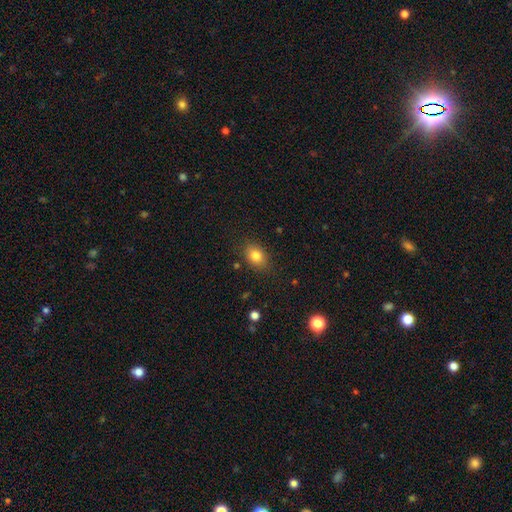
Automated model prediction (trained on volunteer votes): This appears to be a smooth galaxy with no disk features (82%) that is in between round and cigar-shaped (71%). Merging: none (83%).